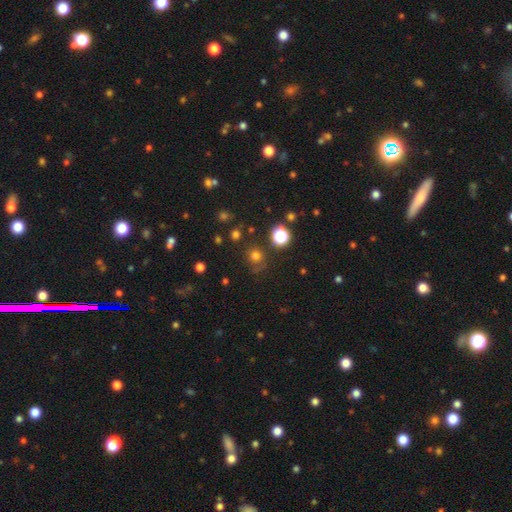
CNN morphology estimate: This is likely a smooth galaxy (67%). How rounded: clearly round (87%). Merging: likely none (75%).